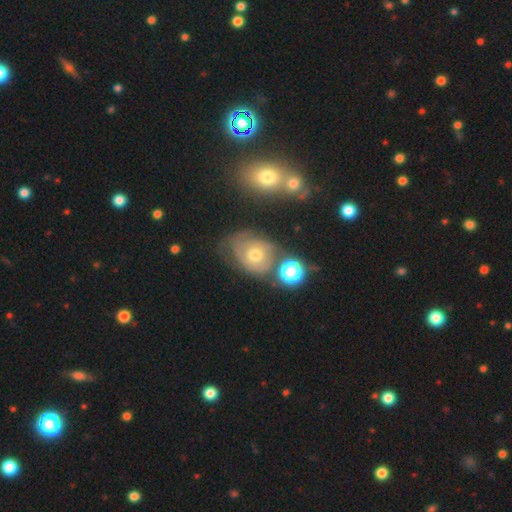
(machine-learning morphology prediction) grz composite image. It shows a featured or disk galaxy (57%) with no bar (78%), spiral arms (77%) and a moderate central bulge (58%). Merging: none (59%).